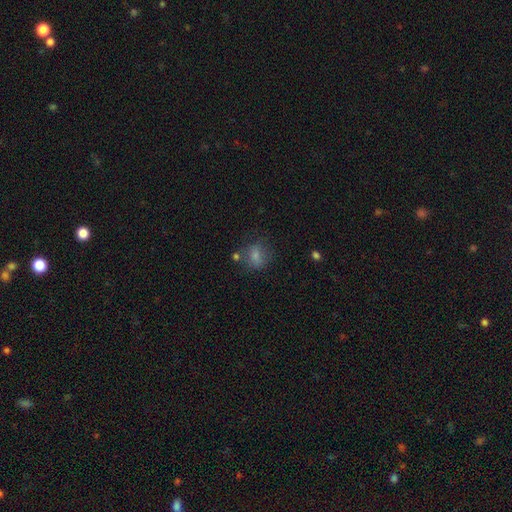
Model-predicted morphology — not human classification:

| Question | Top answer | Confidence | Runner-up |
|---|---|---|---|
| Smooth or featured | smooth | 76% | featured or disk (12%) |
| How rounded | round | 60% | in between (39%) |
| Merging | none | 61% | minor disturbance (20%) |